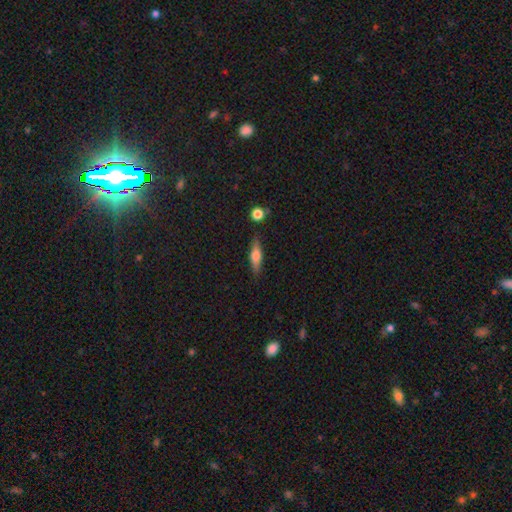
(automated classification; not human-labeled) Smooth or featured? Predicted: smooth (p=0.50). How rounded? Predicted: cigar-shaped (p=0.61). Merging? Predicted: none (p=0.83).